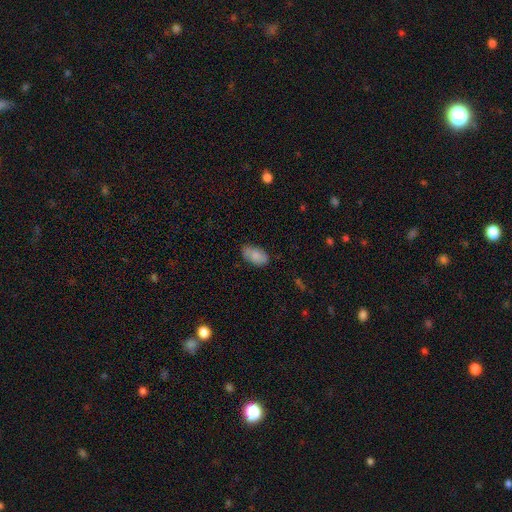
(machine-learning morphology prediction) The model was most divided on "merging": none: 76%, minor disturbance: 19%, major disturbance: 4%, merger: 1%. More confident: how rounded — in between (93%); smooth or featured — smooth (82%).